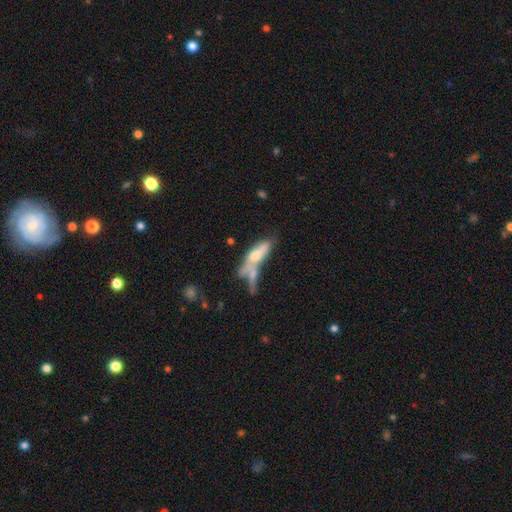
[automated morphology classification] smooth-or-featured: smooth: 55% | featured or disk: 37% | star or artifact: 8%
  how-rounded: in between: 49% | cigar-shaped: 48% | round: 3%
  merging: merger: 51% | none: 22% | major disturbance: 15% | minor disturbance: 13%